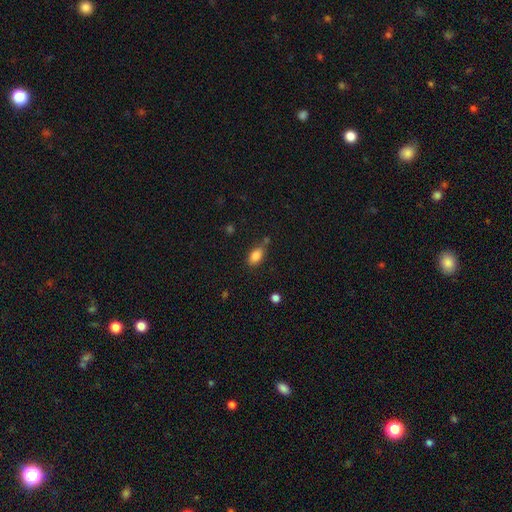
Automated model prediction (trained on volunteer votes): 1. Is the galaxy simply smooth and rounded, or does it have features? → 85% smooth, 9% star or artifact, 7% featured or disk.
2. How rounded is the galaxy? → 90% in between, 5% round, 5% cigar-shaped.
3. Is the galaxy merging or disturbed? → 69% none, 19% minor disturbance, 8% merger, 5% major disturbance.